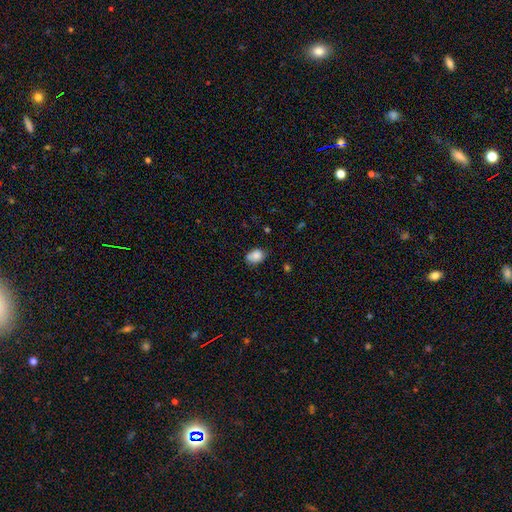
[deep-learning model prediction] A smooth galaxy with no disk features (83%) that is in between round and cigar-shaped (67%). Merging: none (62%).